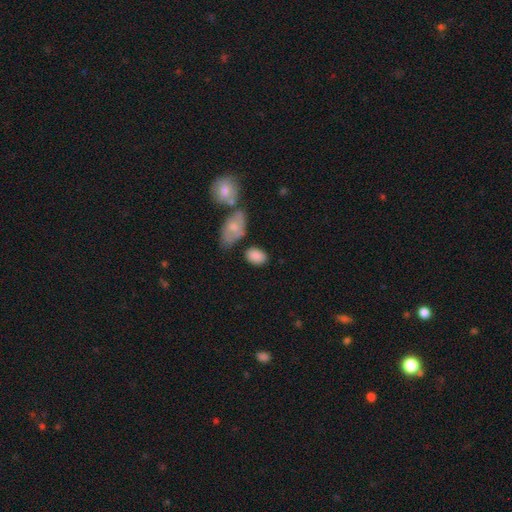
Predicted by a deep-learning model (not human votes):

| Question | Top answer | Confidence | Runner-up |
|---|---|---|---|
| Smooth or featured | smooth | 85% | featured or disk (8%) |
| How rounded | in between | 85% | round (13%) |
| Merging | none | 68% | minor disturbance (18%) |